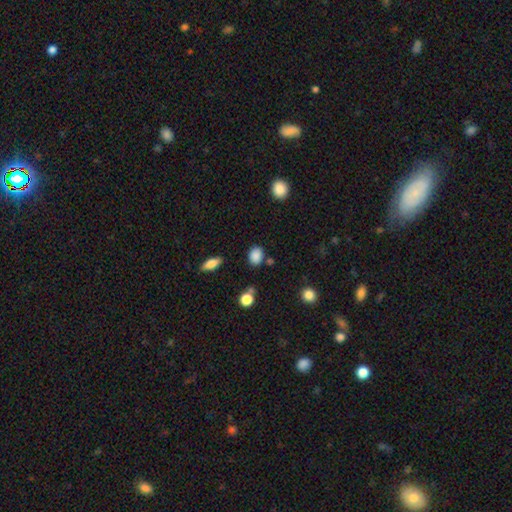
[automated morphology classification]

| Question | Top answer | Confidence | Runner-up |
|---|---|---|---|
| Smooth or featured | smooth | 86% | star or artifact (10%) |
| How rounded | in between | 58% | round (41%) |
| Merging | none | 77% | minor disturbance (14%) |